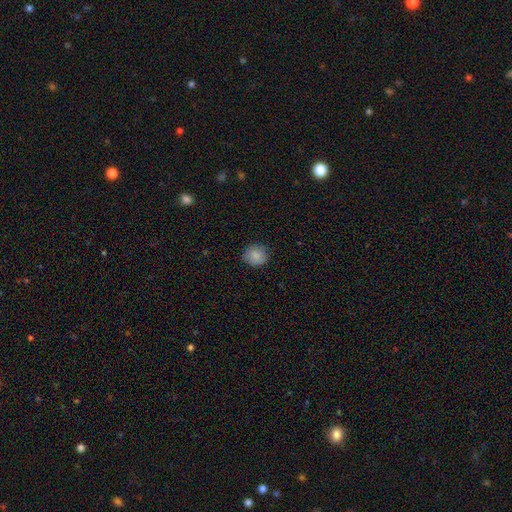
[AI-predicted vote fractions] The model was most divided on "how rounded": round: 83%, in between: 16%, cigar-shaped: 1%. More confident: smooth or featured — smooth (86%); merging — none (84%).